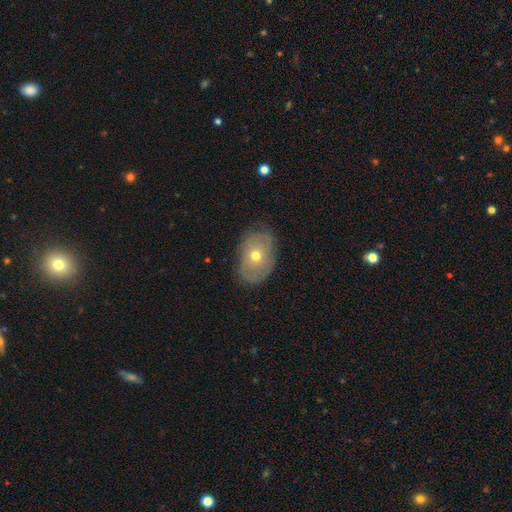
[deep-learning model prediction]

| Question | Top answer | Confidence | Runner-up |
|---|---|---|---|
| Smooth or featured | smooth | 49% | featured or disk (42%) |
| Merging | none | 69% | minor disturbance (23%) |